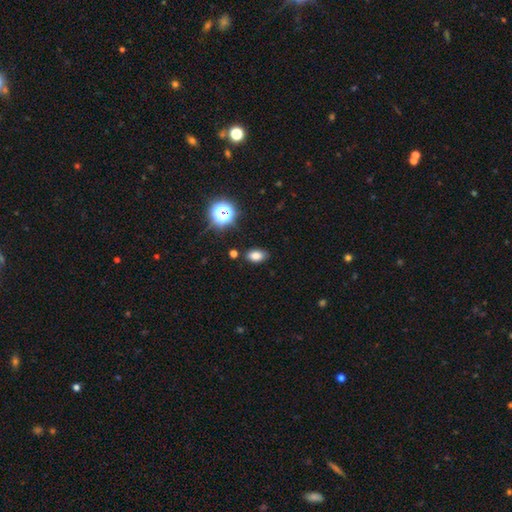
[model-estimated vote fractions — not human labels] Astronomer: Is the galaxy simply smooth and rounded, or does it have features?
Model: smooth — 78%.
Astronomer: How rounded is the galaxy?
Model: in between — 85%.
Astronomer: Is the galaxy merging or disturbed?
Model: none — 84%.